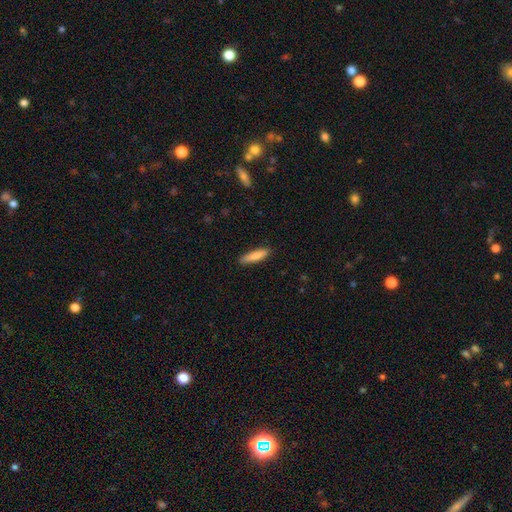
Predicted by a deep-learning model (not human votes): smooth_or_featured: smooth (p=0.84) [alt: featured or disk p=0.11]
how_rounded: cigar-shaped (p=0.81) [alt: in between p=0.17]
merging: none (p=0.89) [alt: minor disturbance p=0.08]